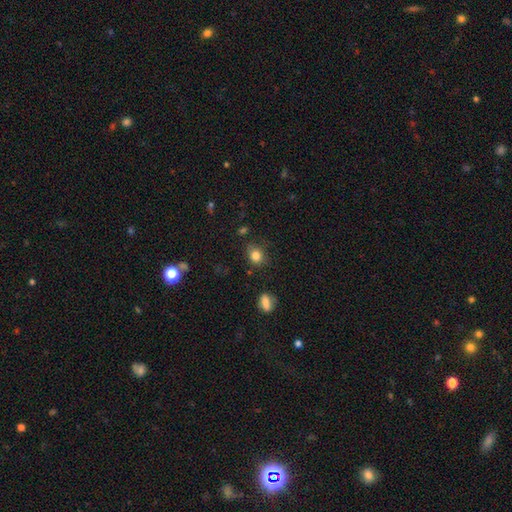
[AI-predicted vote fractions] This is clearly a smooth galaxy (81%). How rounded: possibly round (60%). Merging: likely none (74%).